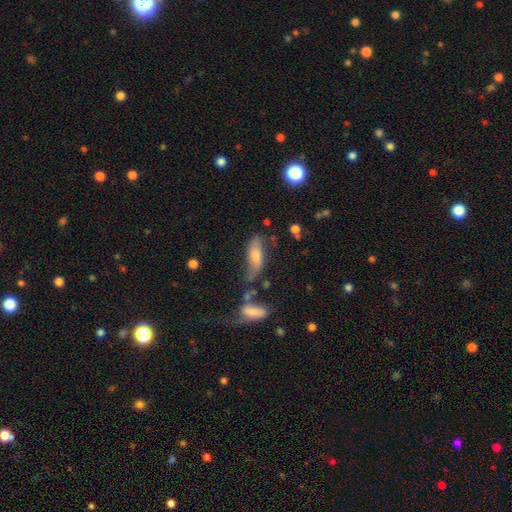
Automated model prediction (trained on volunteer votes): This is possibly a smooth galaxy (54%). How rounded: likely in between (61%). Merging: marginally none (40%).